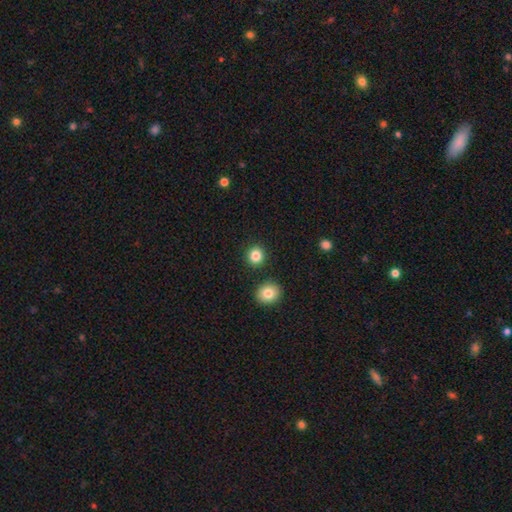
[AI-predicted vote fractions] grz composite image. It shows a smooth galaxy with no disk features (85%) that is round (89%). Merging: none (89%).